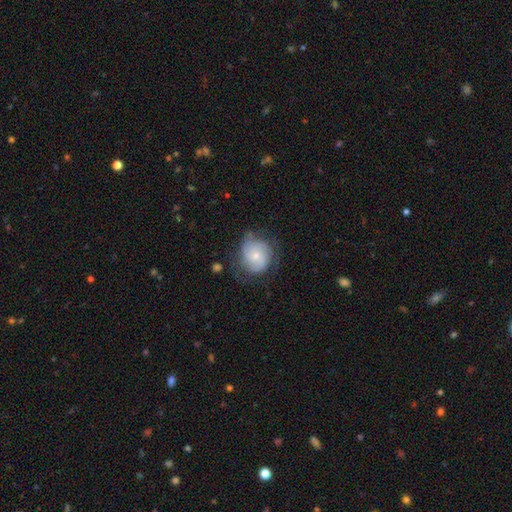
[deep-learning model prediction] Morphology: type=featured or disk (60%); edge-on=no (98%); bar=no (79%); spiral arms=yes (87%); winding=tight (49%); arm count=can't tell (31%); bulge=small (65%); merging=none (61%).